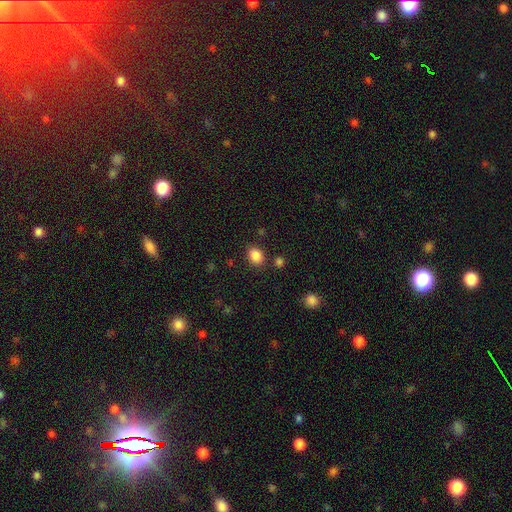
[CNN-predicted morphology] Smooth or featured? smooth (86%)
How rounded? in between (60%)
Merging? none (82%)